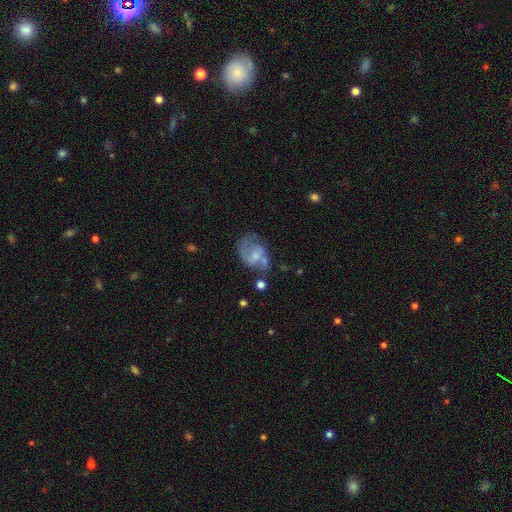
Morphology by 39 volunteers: Volunteers were most divided on "spiral arms": no: 57%, yes: 43%. Remaining: edge-on disk — no (92%); bar — no (65%); smooth or featured — featured or disk (64%); bulge size — small (52%); merging — minor disturbance (39%).